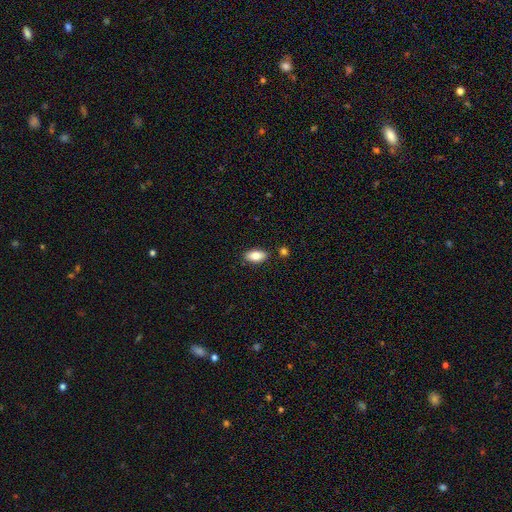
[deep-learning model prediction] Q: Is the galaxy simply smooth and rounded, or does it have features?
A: smooth — 82%.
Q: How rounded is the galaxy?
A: in between — 90%.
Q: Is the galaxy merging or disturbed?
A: none — 85%.